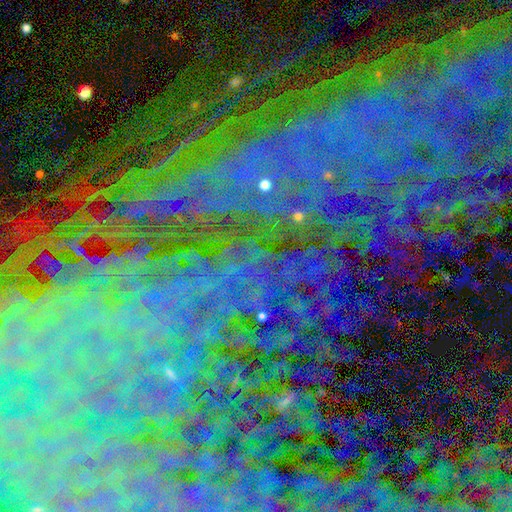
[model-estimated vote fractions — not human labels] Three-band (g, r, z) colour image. It shows a star or artifact, not a galaxy (83%).